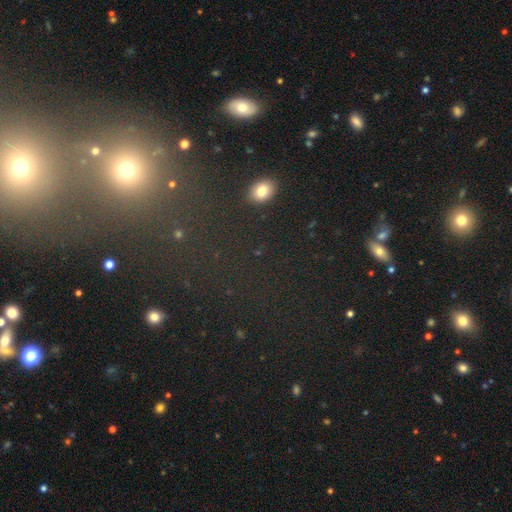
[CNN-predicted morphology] A star or artifact, not a galaxy (52%).